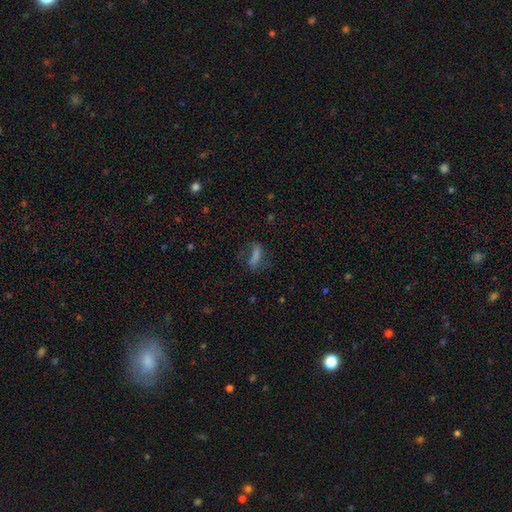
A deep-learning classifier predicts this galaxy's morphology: smooth-or-featured: smooth: 51% | featured or disk: 29% | star or artifact: 20%
  how-rounded: in between: 53% | cigar-shaped: 40% | round: 7%
  merging: none: 51% | major disturbance: 25% | minor disturbance: 21% | merger: 4%